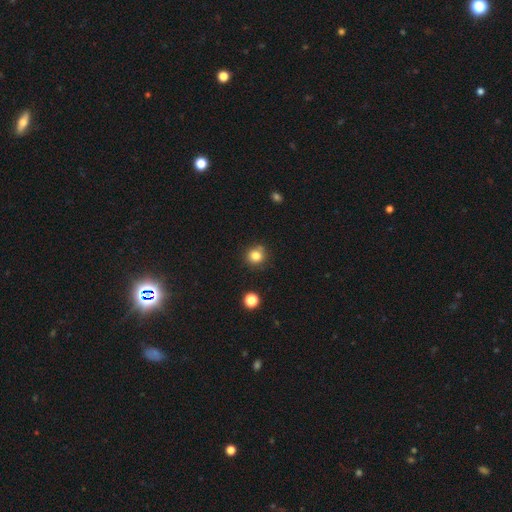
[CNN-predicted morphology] smooth 81%, star or artifact 13%, featured or disk 6%. Down the decision tree: how rounded — round (90%); merging — none (80%).